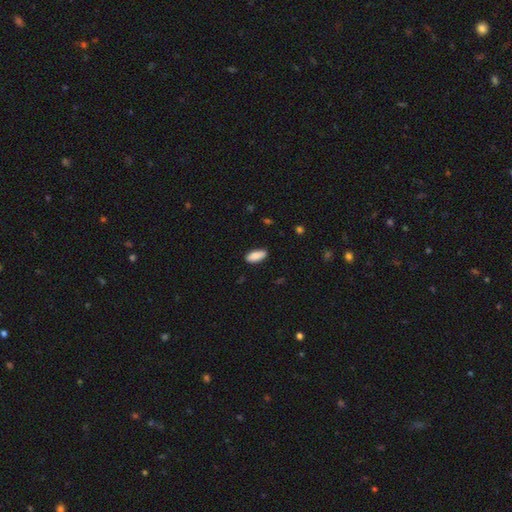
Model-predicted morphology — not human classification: type=smooth (87%); roundness=in between (82%); merging=none (83%).